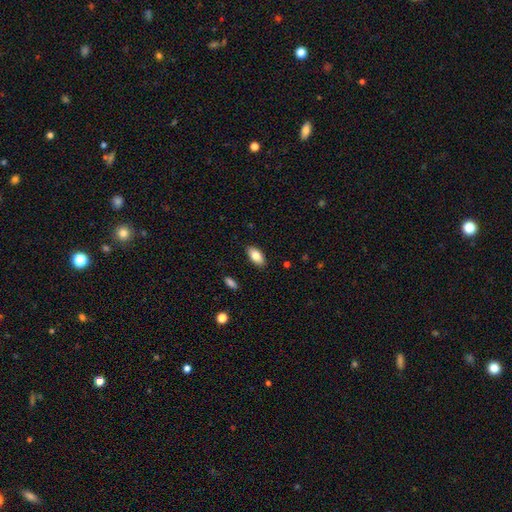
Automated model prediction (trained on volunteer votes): Smooth or featured? smooth (83%)
How rounded? in between (92%)
Merging? none (88%)